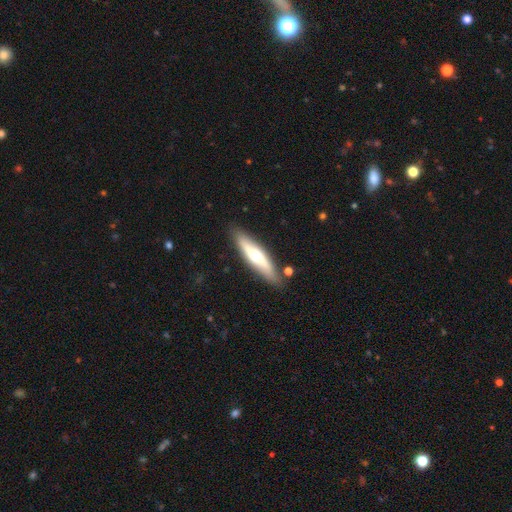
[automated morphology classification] This appears to be a featured or disk galaxy (50%). Merging: none (84%).